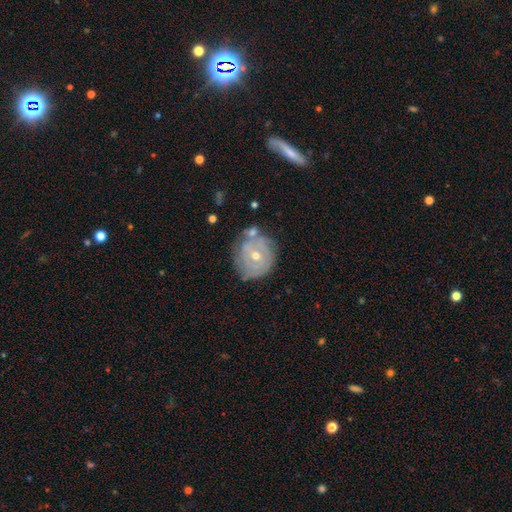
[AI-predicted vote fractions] A featured or disk galaxy (72%) with no bar (69%), tight (77%) spiral arms (77%) and a moderate central bulge (55%). Merging: none (63%).